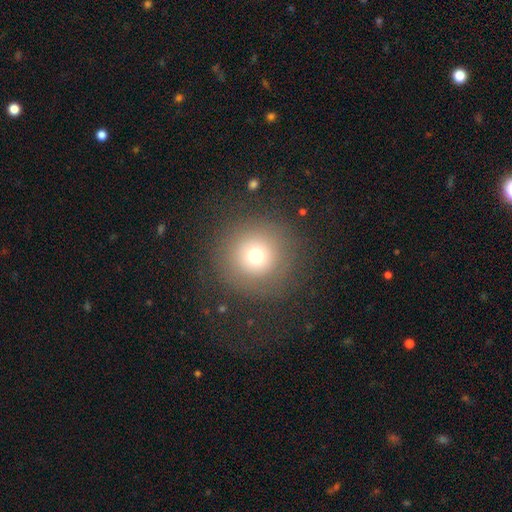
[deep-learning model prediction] Q: Smooth or featured?
A: smooth (70%); runner-up: star or artifact (17%)
Q: How rounded?
A: round (96%); runner-up: in between (3%)
Q: Merging?
A: none (85%); runner-up: minor disturbance (8%)